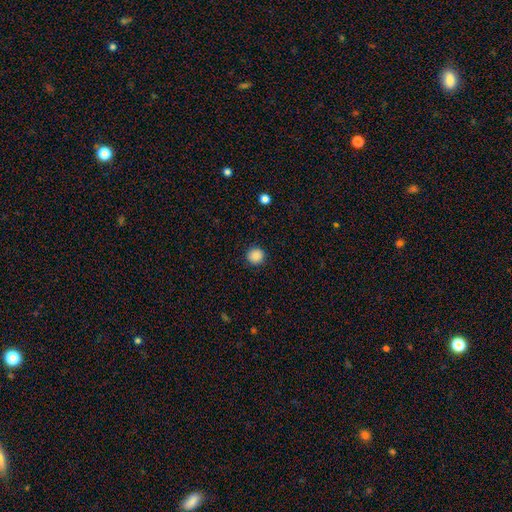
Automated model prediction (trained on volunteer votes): A smooth galaxy with no disk features (88%) that is round (93%).

Vote fractions:
- Smooth or featured? smooth: 88% / star or artifact: 10% / featured or disk: 3%
- How rounded? round: 93% / in between: 6% / cigar-shaped: 1%
- Merging? none: 91% / minor disturbance: 6% / major disturbance: 2% / merger: 1%